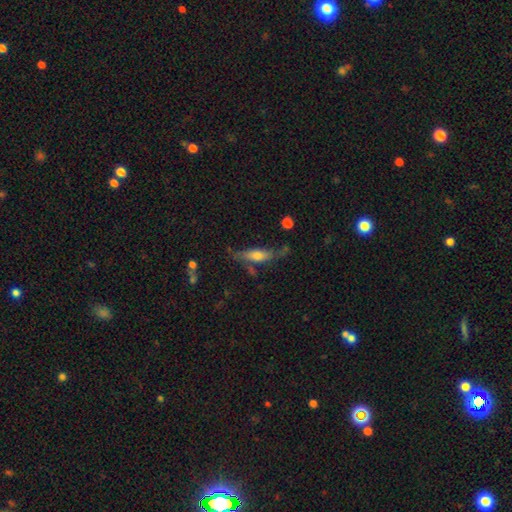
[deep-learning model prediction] Q: Smooth or featured?
A: featured or disk (55%); runner-up: smooth (32%)
Q: Edge-on disk?
A: yes (76%); runner-up: no (24%)
Q: Merging?
A: none (62%); runner-up: minor disturbance (22%)